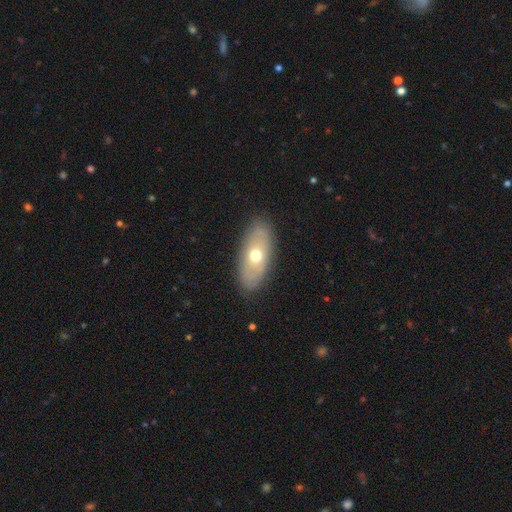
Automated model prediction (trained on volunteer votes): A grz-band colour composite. It shows a smooth galaxy with no disk features (52%) that is in between round and cigar-shaped (86%). Merging: none (85%).